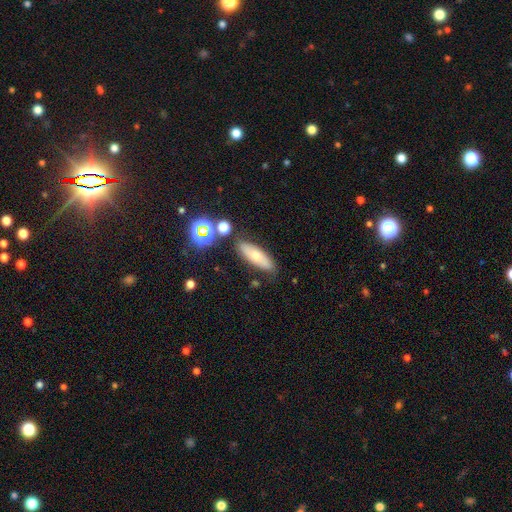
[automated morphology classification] The model was most divided on "how rounded": in between: 55%, cigar-shaped: 41%, round: 3%. More confident: merging — none (80%); smooth or featured — smooth (61%).